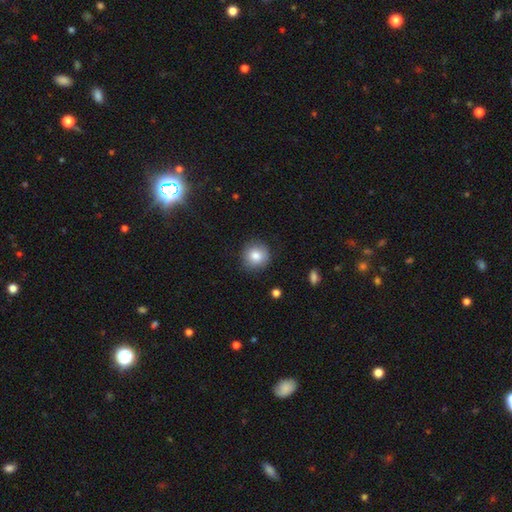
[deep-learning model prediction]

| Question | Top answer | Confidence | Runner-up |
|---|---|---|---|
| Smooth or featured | smooth | 83% | star or artifact (9%) |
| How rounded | round | 91% | in between (8%) |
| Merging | none | 87% | minor disturbance (9%) |